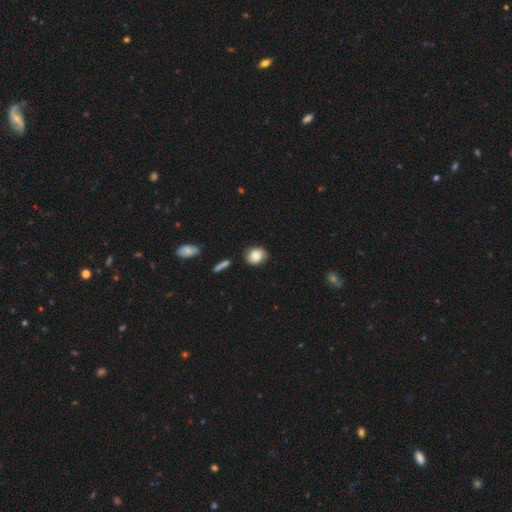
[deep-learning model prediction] Smooth or featured: smooth — 84% (star or artifact — 8%)
How rounded: round — 58% (in between — 41%)
Merging: none — 79% (minor disturbance — 15%)